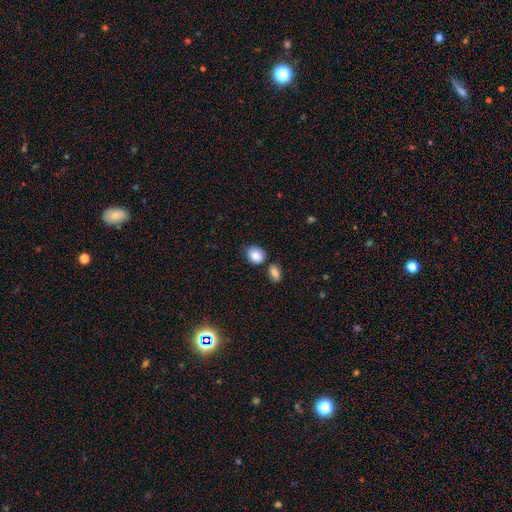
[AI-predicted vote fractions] This is clearly a smooth galaxy (86%). How rounded: possibly round (51%). Merging: likely none (63%).